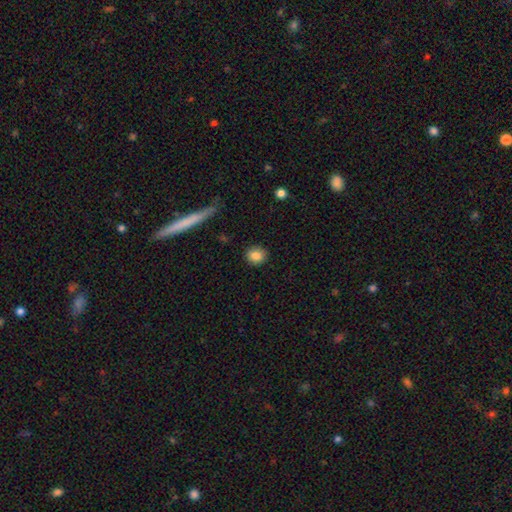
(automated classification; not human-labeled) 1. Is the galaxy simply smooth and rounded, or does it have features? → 85% smooth, 9% star or artifact, 6% featured or disk.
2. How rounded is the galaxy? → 77% round, 22% in between, 1% cigar-shaped.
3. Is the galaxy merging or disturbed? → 90% none, 7% minor disturbance, 2% major disturbance, 1% merger.